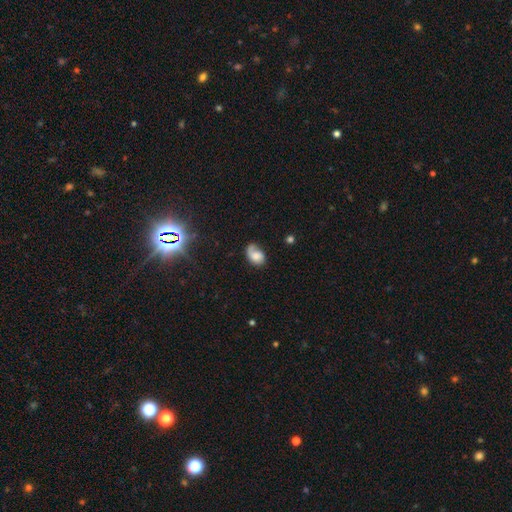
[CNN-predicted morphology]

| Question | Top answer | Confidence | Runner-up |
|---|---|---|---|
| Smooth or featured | smooth | 54% | featured or disk (36%) |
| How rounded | in between | 73% | round (26%) |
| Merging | none | 44% | minor disturbance (29%) |